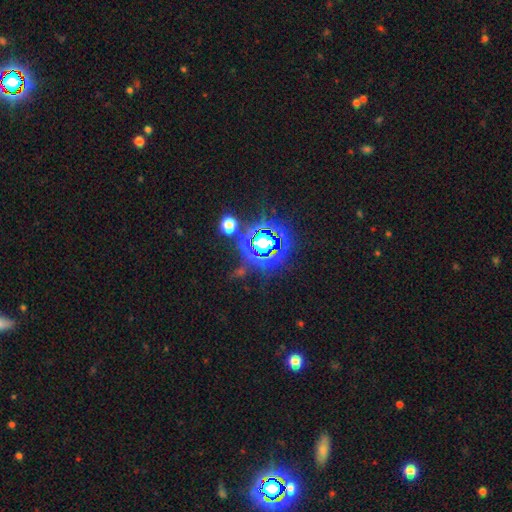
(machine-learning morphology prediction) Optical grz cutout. It shows a star or artifact, not a galaxy (83%).